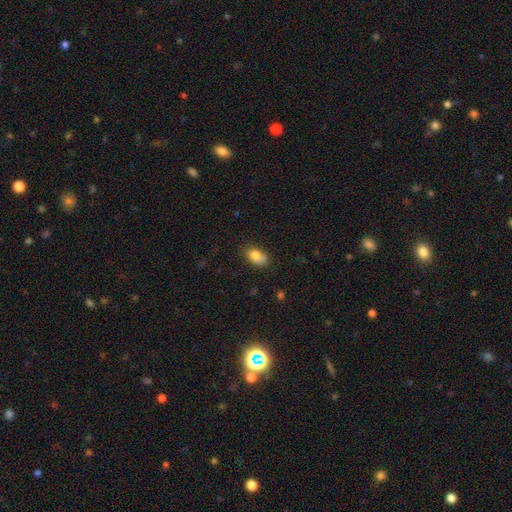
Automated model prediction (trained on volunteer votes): smooth-or-featured: smooth: 84% | star or artifact: 8% | featured or disk: 8%
  how-rounded: in between: 89% | round: 9% | cigar-shaped: 2%
  merging: none: 77% | minor disturbance: 19% | major disturbance: 3% | merger: 1%